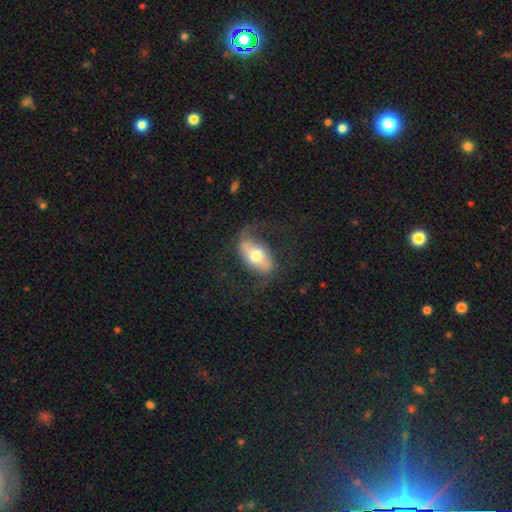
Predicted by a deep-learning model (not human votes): smooth-or-featured: featured or disk: 64% | smooth: 30% | star or artifact: 6%
  disk-edge-on: no: 89% | yes: 11%
    bar: strong: 46% | weak: 29% | no: 25%
    has-spiral-arms: yes: 73% | no: 27%
    bulge-size: moderate: 68% | large: 17% | small: 11% | dominant: 2% | none: 1%
  merging: none: 66% | major disturbance: 17% | minor disturbance: 16% | merger: 2%